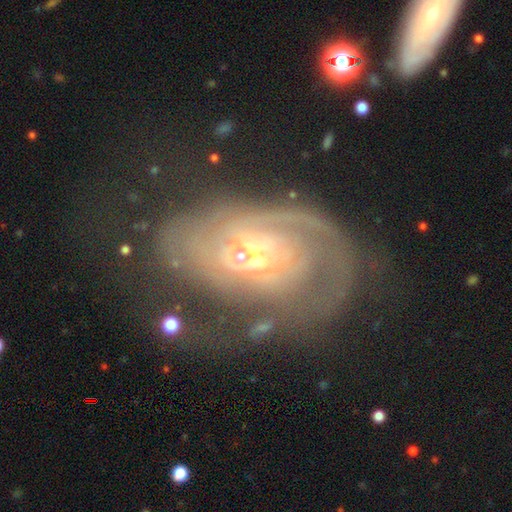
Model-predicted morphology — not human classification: Smooth or featured: featured or disk — 82% (smooth — 11%)
Edge-on disk: no — 95% (yes — 5%)
Bar: no — 56% (weak — 35%)
Spiral arms: yes — 88% (no — 12%)
Spiral winding: tight — 63% (medium — 28%)
Spiral arm count: can't tell — 45% (2 — 25%)
Bulge size: small — 63% (moderate — 31%)
Merging: none — 46% (major disturbance — 28%)